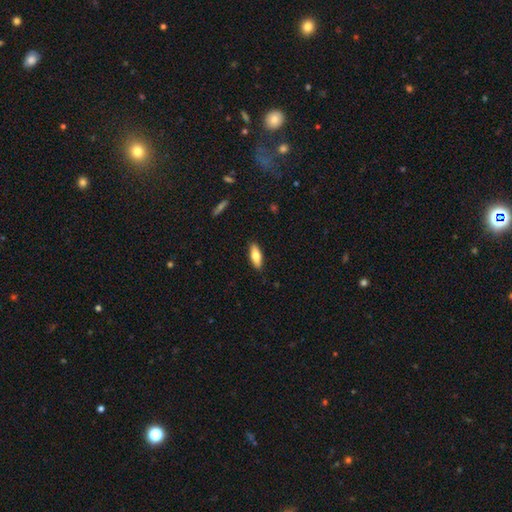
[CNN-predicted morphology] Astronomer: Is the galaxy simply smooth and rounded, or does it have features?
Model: smooth — 73%.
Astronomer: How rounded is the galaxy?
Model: in between — 67%.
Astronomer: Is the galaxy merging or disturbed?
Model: none — 89%.